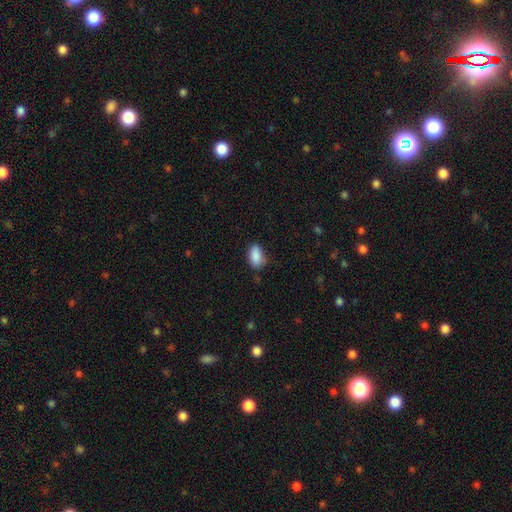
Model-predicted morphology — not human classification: This is clearly a smooth galaxy (88%). How rounded: clearly in between (91%). Merging: likely none (74%).